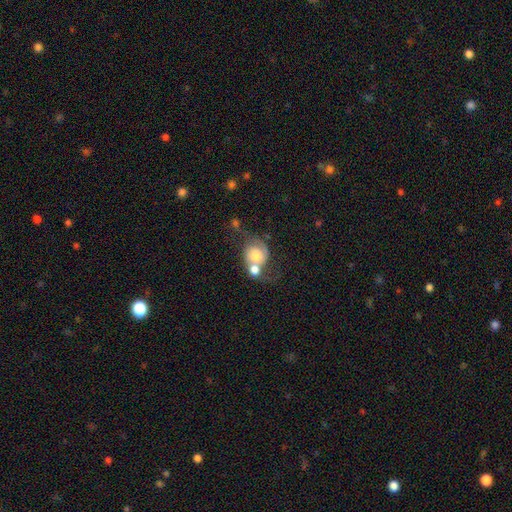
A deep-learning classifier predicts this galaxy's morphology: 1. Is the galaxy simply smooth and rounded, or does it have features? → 46% featured or disk (tied), 46% smooth (tied), 8% star or artifact.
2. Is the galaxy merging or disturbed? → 51% merger, 20% none, 16% major disturbance, 12% minor disturbance.